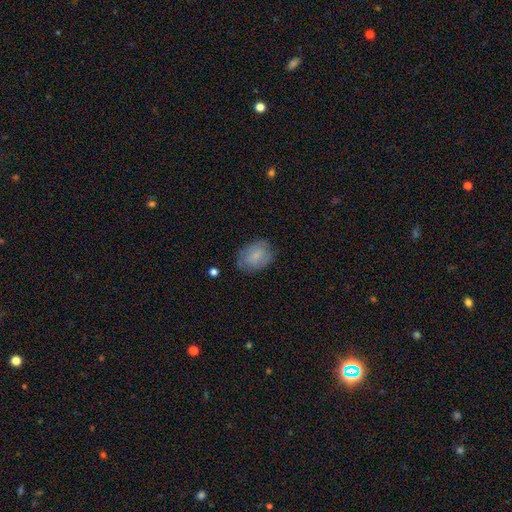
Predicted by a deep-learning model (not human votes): smooth_or_featured: smooth (p=0.72) [alt: featured or disk p=0.21]
how_rounded: in between (p=0.74) [alt: round p=0.24]
merging: none (p=0.74) [alt: minor disturbance p=0.19]